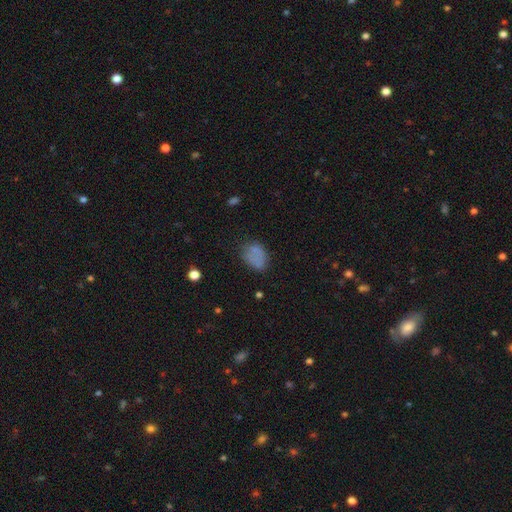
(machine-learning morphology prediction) smooth-or-featured: smooth: 71% | featured or disk: 15% | star or artifact: 15%
  how-rounded: in between: 76% | round: 23% | cigar-shaped: 2%
  merging: none: 57% | minor disturbance: 24% | major disturbance: 12% | merger: 6%